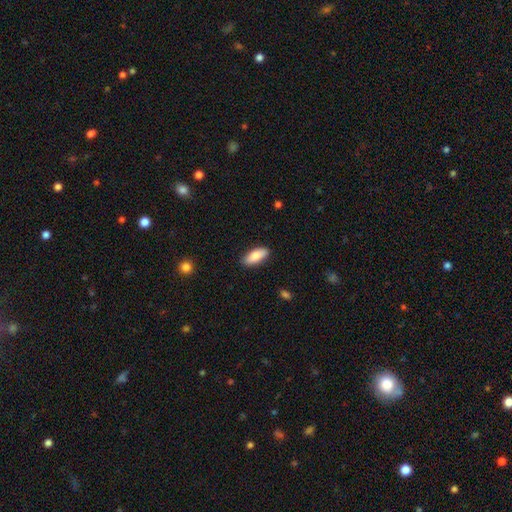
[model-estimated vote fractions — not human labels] The model was most divided on "how rounded": in between: 79%, cigar-shaped: 19%, round: 2%. More confident: merging — none (88%); smooth or featured — smooth (81%).